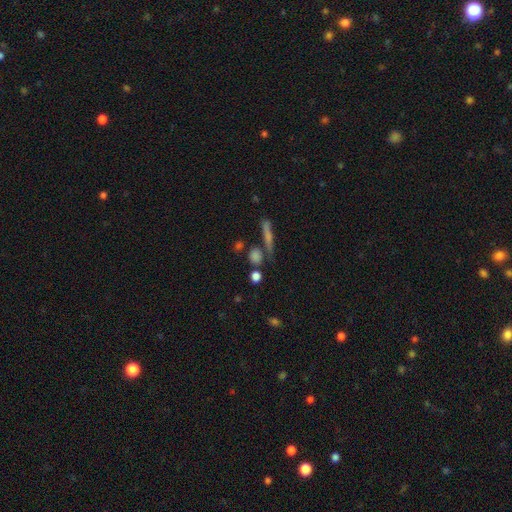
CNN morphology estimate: Smooth or featured? Predicted: smooth (p=0.75). How rounded? Predicted: round (p=0.70). Merging? Predicted: none (p=0.72).